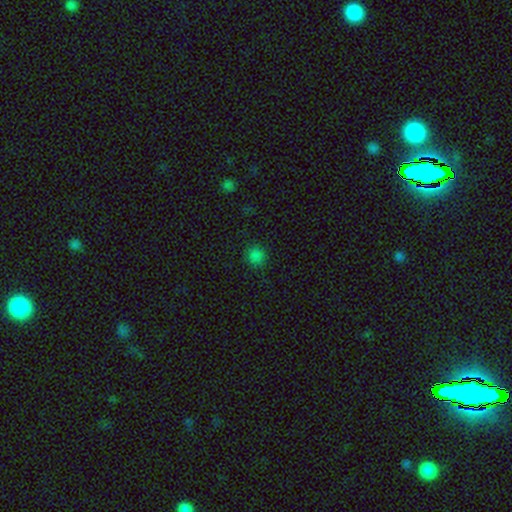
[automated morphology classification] Smooth or featured: smooth — 82% (star or artifact — 15%)
How rounded: round — 91% (in between — 8%)
Merging: none — 90% (minor disturbance — 7%)